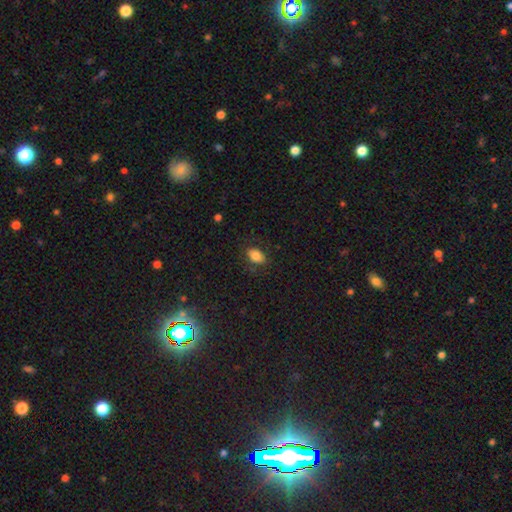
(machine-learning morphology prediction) Smooth or featured: smooth — 80% (featured or disk — 11%)
How rounded: in between — 85% (round — 13%)
Merging: none — 80% (minor disturbance — 14%)